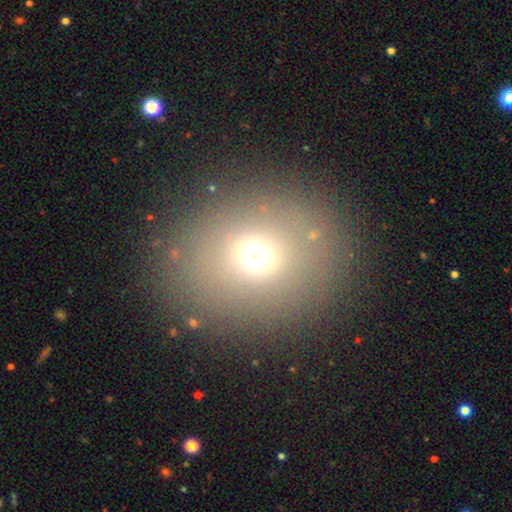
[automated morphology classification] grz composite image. It shows a smooth galaxy with no disk features (67%) that is round (71%). Merging: none (84%).